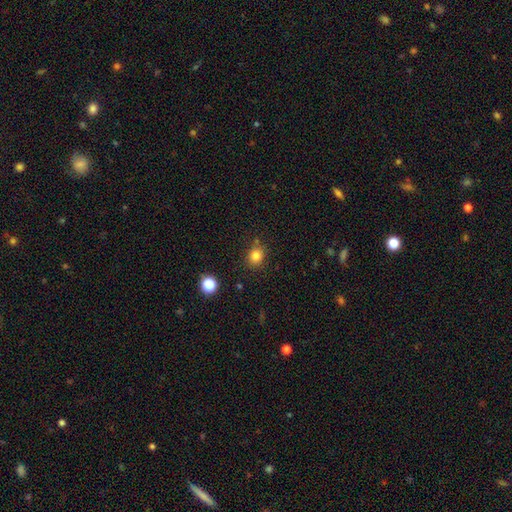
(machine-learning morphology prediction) This is clearly a smooth galaxy (82%). How rounded: likely round (74%). Merging: clearly none (81%).